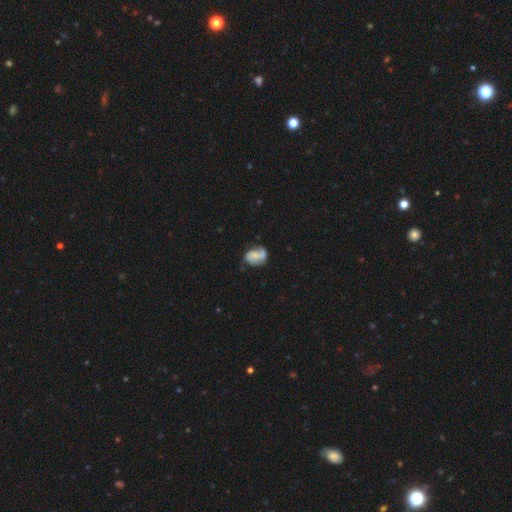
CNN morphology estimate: type=featured or disk (60%); edge-on=no (98%); bar=no (62%); spiral arms=yes (84%); bulge=small (44%); merging=none (54%).